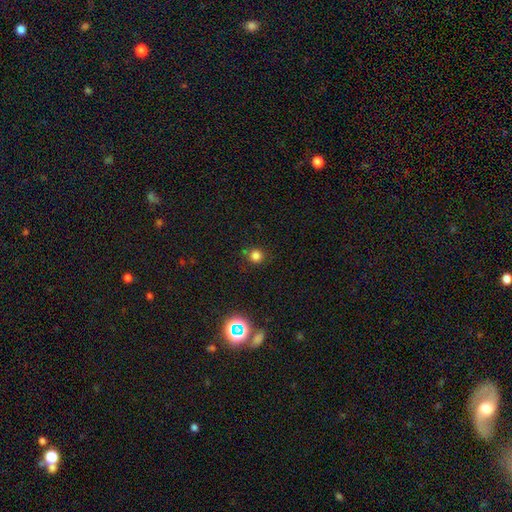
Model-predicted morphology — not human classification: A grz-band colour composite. It shows a smooth galaxy with no disk features (77%) that is round (92%). Merging: none (80%).